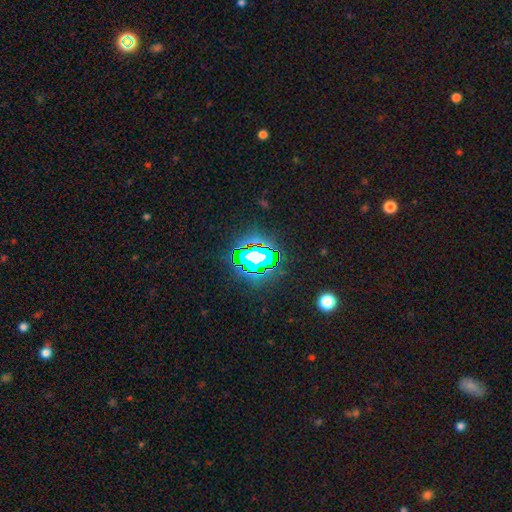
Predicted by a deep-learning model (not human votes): Smooth or featured? star or artifact (70%)